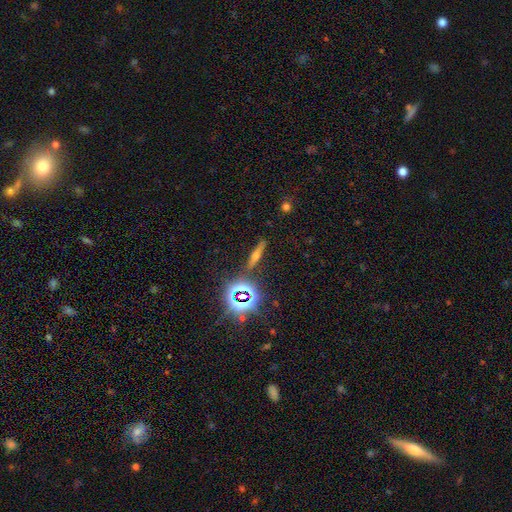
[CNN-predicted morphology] The model was most divided on "smooth or featured": featured or disk: 45%, star or artifact: 32%, smooth: 23%. More confident: merging — none (86%).